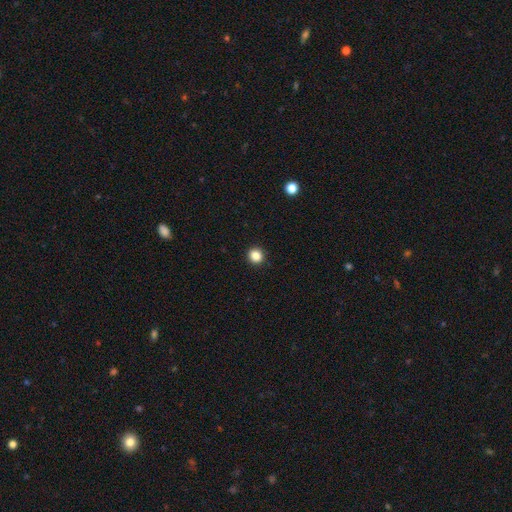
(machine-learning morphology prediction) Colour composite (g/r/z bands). It shows a smooth galaxy with no disk features (85%) that is round (91%). Merging: none (93%).